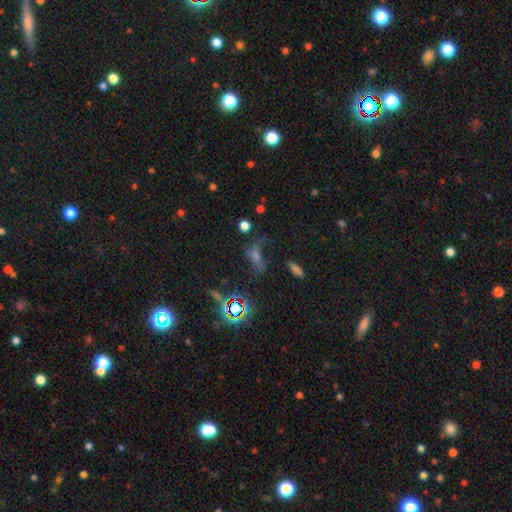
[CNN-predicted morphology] Smooth or featured?
  - star or artifact: 44% *
  - smooth: 29%
  - featured or disk: 27%